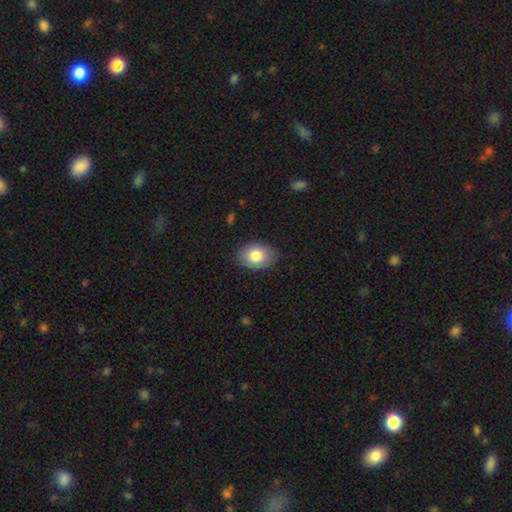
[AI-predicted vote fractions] A smooth galaxy with no disk features (81%) that is in between round and cigar-shaped (78%). Merging: none (82%).